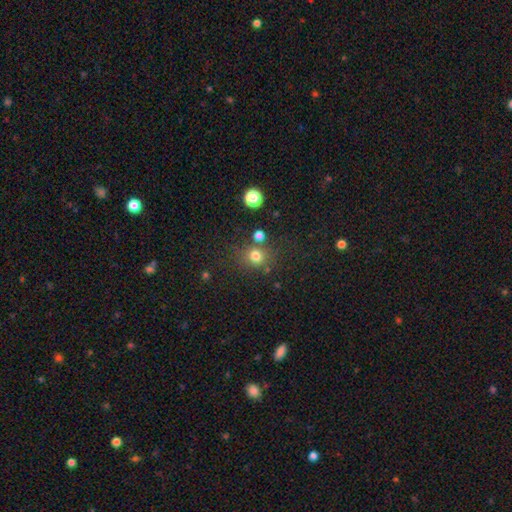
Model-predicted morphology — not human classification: Smooth or featured?
  - smooth: 75% *
  - star or artifact: 18%
  - featured or disk: 8%
How rounded?
  - round: 82% *
  - in between: 17%
  - cigar-shaped: 1%
Merging?
  - none: 73% *
  - minor disturbance: 11%
  - merger: 11%
  - major disturbance: 5%